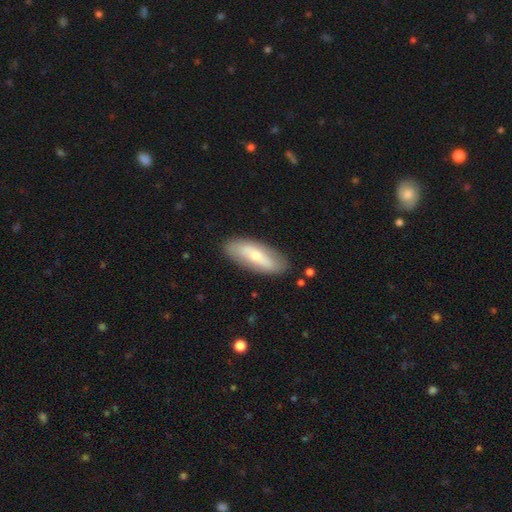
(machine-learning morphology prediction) A smooth galaxy with no disk features (50%). Merging: none (84%).